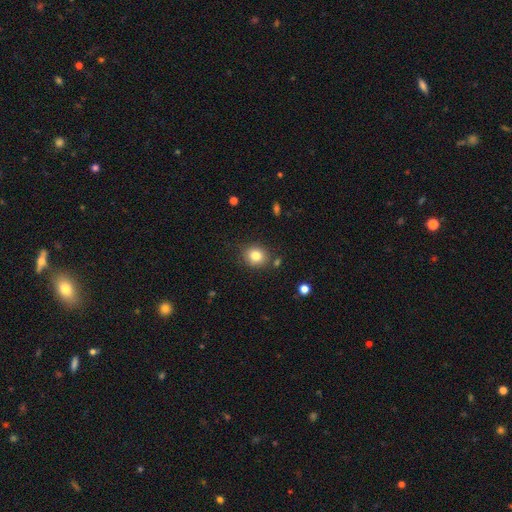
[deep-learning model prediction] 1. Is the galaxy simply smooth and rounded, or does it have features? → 82% smooth, 11% star or artifact, 7% featured or disk.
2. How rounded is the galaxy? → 74% round, 25% in between, 1% cigar-shaped.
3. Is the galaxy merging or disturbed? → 82% none, 11% minor disturbance, 4% merger, 3% major disturbance.